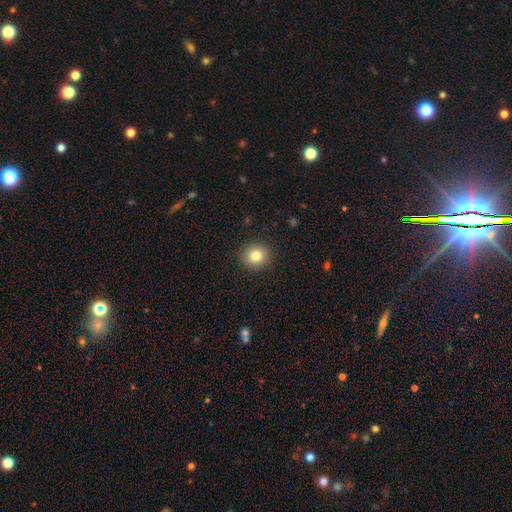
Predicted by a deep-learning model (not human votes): Smooth or featured?
  - smooth: 81% *
  - star or artifact: 10%
  - featured or disk: 8%
How rounded?
  - round: 85% *
  - in between: 15%
  - cigar-shaped: 1%
Merging?
  - none: 90% *
  - minor disturbance: 7%
  - major disturbance: 2%
  - merger: 1%